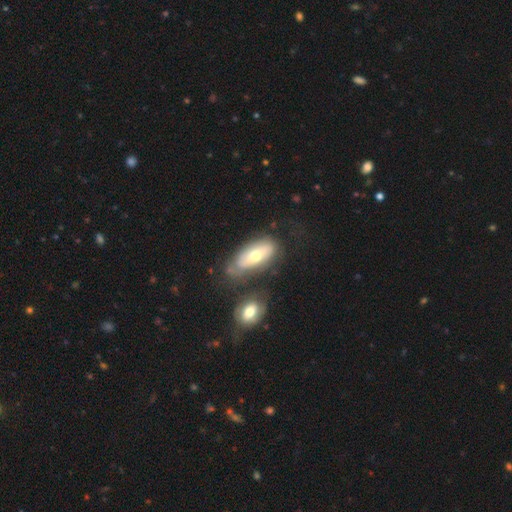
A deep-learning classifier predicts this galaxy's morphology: Smooth or featured?
  - smooth: 47% *
  - featured or disk: 46%
  - star or artifact: 7%
Merging?
  - none: 49% *
  - minor disturbance: 21%
  - merger: 19%
  - major disturbance: 11%